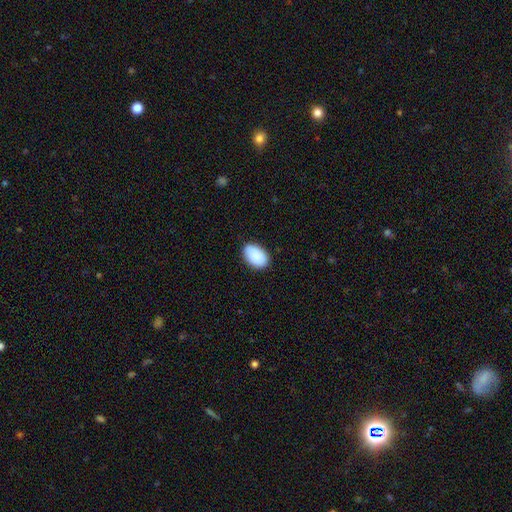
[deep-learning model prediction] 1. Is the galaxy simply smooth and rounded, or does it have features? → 89% smooth, 6% star or artifact, 5% featured or disk.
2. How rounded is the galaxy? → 91% in between, 8% round, 1% cigar-shaped.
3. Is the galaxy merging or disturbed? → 85% none, 12% minor disturbance, 2% major disturbance, 1% merger.